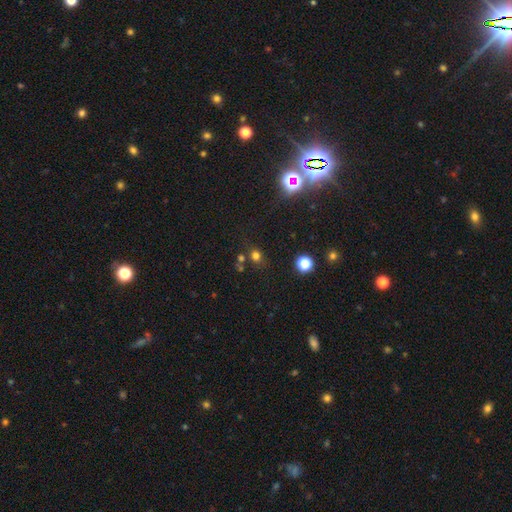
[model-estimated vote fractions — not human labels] A smooth galaxy with no disk features (67%) that is round (75%). Merging: none (71%).